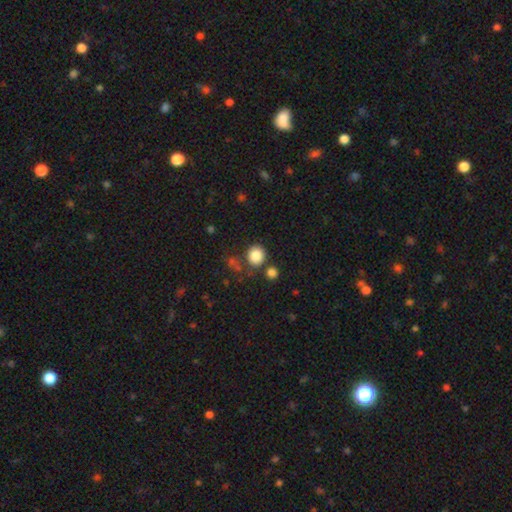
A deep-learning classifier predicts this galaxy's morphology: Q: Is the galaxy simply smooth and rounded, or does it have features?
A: smooth — 85%.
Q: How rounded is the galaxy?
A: round — 85%.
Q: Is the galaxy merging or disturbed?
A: none — 77%.